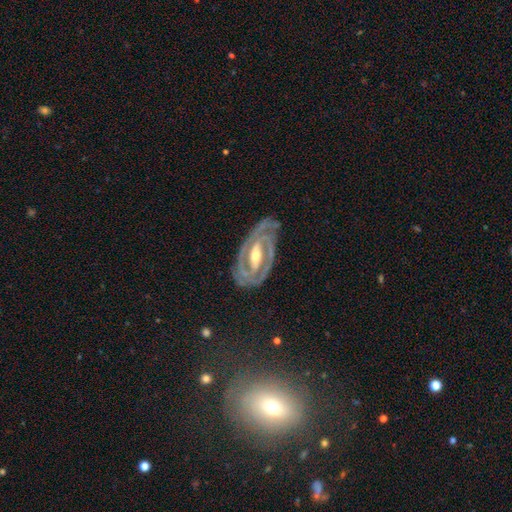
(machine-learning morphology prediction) A featured or disk galaxy (90%) with a strong bar (49%), 2 (76%) tight (69%) spiral arms (93%) and a moderate central bulge (64%). Merging: none (73%).